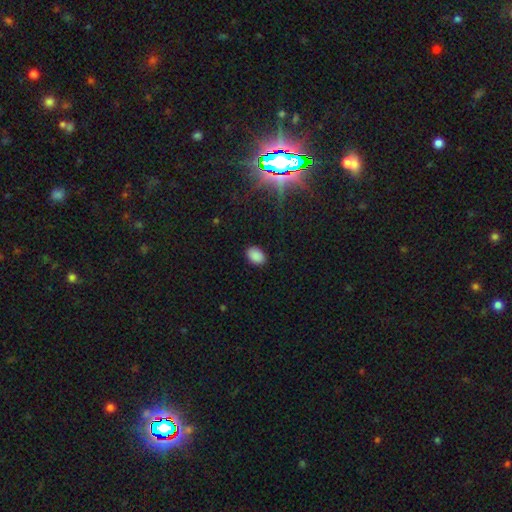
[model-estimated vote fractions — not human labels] Smooth or featured? Predicted: smooth (p=0.87). How rounded? Predicted: in between (p=0.83). Merging? Predicted: none (p=0.87).